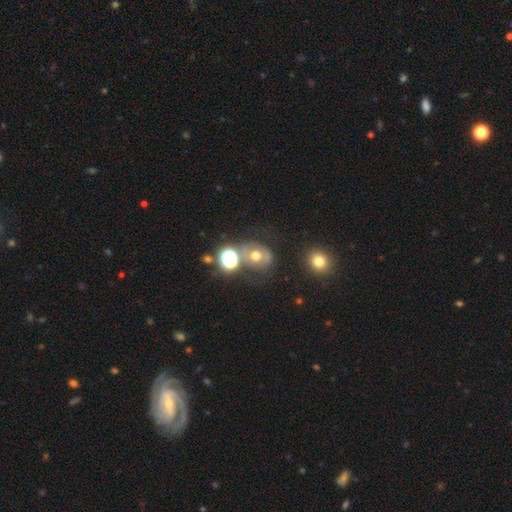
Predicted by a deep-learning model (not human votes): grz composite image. It shows a smooth galaxy with no disk features (46%). Merging: none (57%).